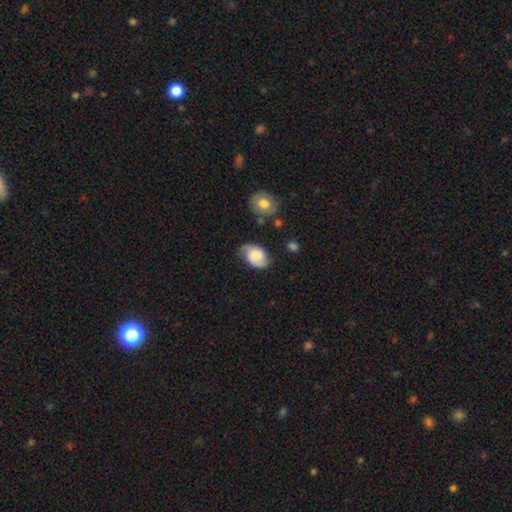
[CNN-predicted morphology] A smooth galaxy with no disk features (57%) that is in between round and cigar-shaped (81%).

Vote fractions:
- Smooth or featured? smooth: 57% / featured or disk: 35% / star or artifact: 8%
- How rounded? in between: 81% / round: 17% / cigar-shaped: 1%
- Merging? none: 61% / minor disturbance: 29% / major disturbance: 7% / merger: 3%